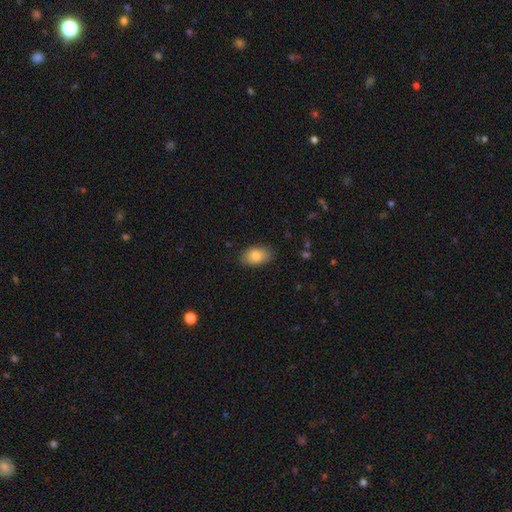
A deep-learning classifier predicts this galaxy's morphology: smooth-or-featured: smooth: 85% | featured or disk: 8% | star or artifact: 7%
  how-rounded: in between: 90% | round: 9% | cigar-shaped: 1%
  merging: none: 84% | minor disturbance: 12% | major disturbance: 3% | merger: 1%